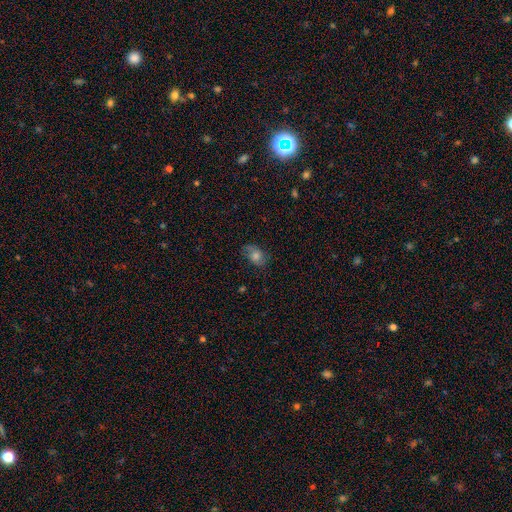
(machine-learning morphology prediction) Smooth or featured?
  - smooth: 58% *
  - featured or disk: 30%
  - star or artifact: 12%
How rounded?
  - in between: 72% *
  - round: 27%
  - cigar-shaped: 2%
Merging?
  - none: 69% *
  - minor disturbance: 22%
  - major disturbance: 7%
  - merger: 1%